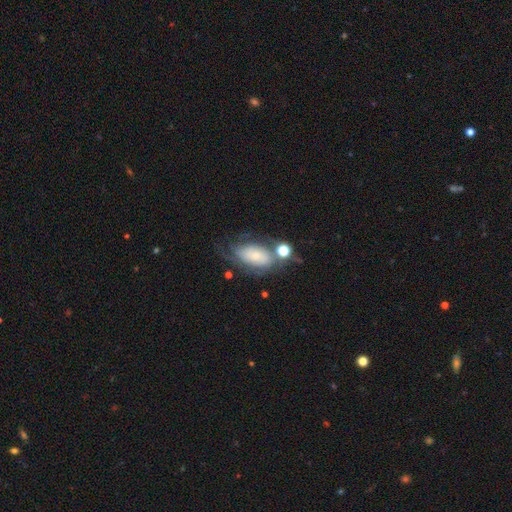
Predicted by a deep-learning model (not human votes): A smooth galaxy with no disk features (48%).

Vote fractions:
- Smooth or featured? smooth: 48% / featured or disk: 43% / star or artifact: 10%
- Merging? none: 42% / minor disturbance: 23% / major disturbance: 21% / merger: 14%